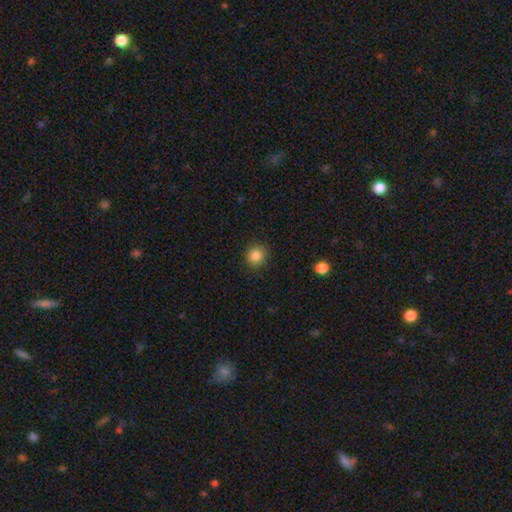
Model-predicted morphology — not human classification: Smooth or featured? Predicted: smooth (p=0.86). How rounded? Predicted: round (p=0.87). Merging? Predicted: none (p=0.88).